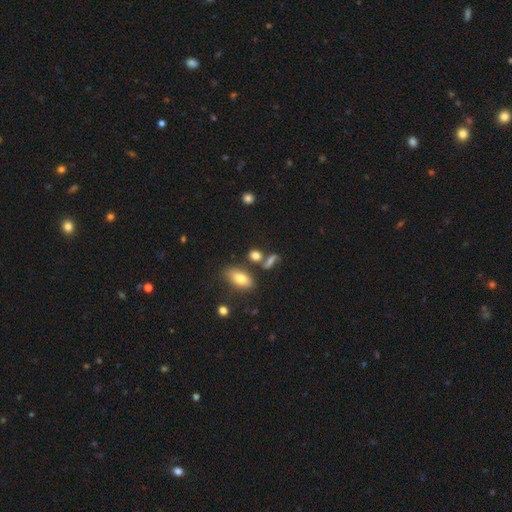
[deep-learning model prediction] A smooth galaxy with no disk features (74%) that is in between round and cigar-shaped (51%).

Vote fractions:
- Smooth or featured? smooth: 74% / featured or disk: 13% / star or artifact: 13%
- How rounded? in between: 51% / round: 38% / cigar-shaped: 11%
- Merging? none: 58% / merger: 21% / minor disturbance: 14% / major disturbance: 6%